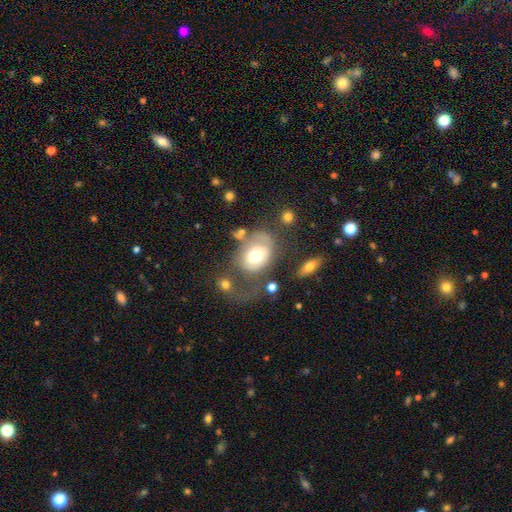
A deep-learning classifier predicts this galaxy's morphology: Overall: smooth (56%; featured or disk 35%). How rounded: in between (61%; round 38%). Merging: major disturbance (36%; none 31%).